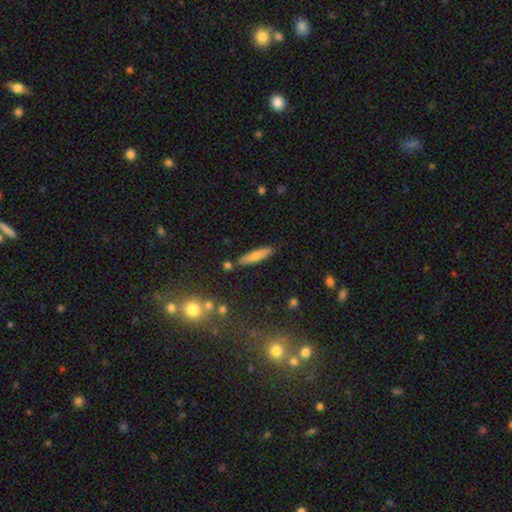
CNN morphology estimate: smooth 69%, featured or disk 24%, star or artifact 7%. Down the decision tree: how rounded — cigar-shaped (84%); merging — none (84%).